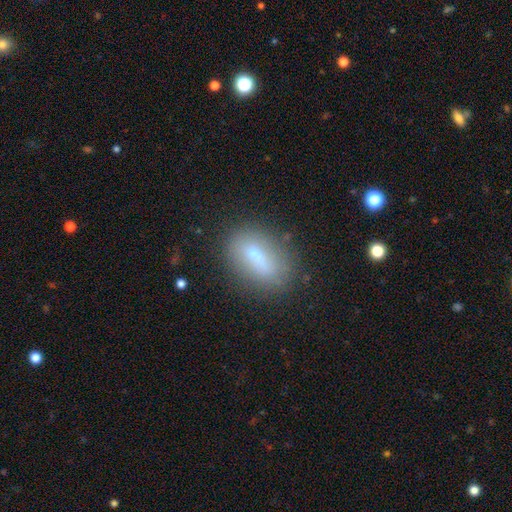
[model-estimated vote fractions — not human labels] This appears to be a smooth galaxy with no disk features (57%) that is in between round and cigar-shaped (70%). Merging: none (68%).